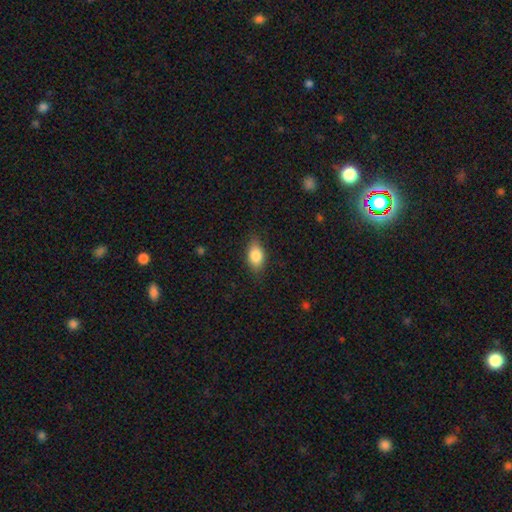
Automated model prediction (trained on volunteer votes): Q: Smooth or featured?
A: smooth (83%); runner-up: featured or disk (10%)
Q: How rounded?
A: in between (86%); runner-up: round (10%)
Q: Merging?
A: none (82%); runner-up: minor disturbance (14%)